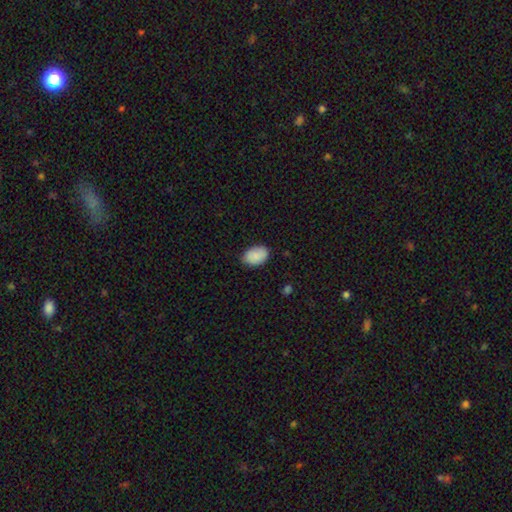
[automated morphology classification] type=smooth (88%); roundness=in between (86%); merging=none (80%).